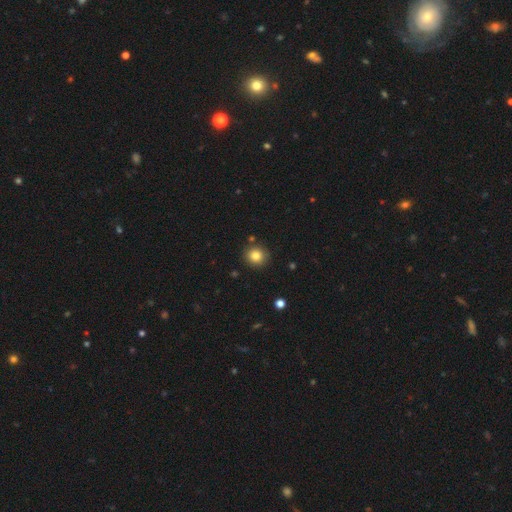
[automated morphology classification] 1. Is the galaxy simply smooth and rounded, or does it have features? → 83% smooth, 11% star or artifact, 6% featured or disk.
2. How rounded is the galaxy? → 89% round, 10% in between, 1% cigar-shaped.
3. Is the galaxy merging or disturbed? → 88% none, 7% minor disturbance, 3% merger, 2% major disturbance.